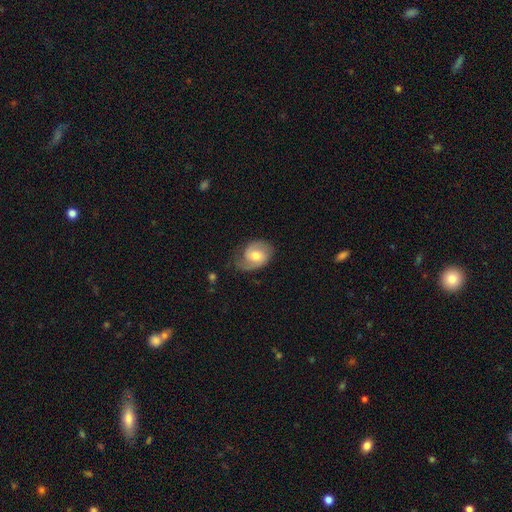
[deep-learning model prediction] The model was most divided on "bar": no: 51%, weak: 39%, strong: 9%. More confident: edge-on disk — no (96%); spiral arms — yes (86%); bulge size — moderate (72%); smooth or featured — featured or disk (59%); merging — none (59%).